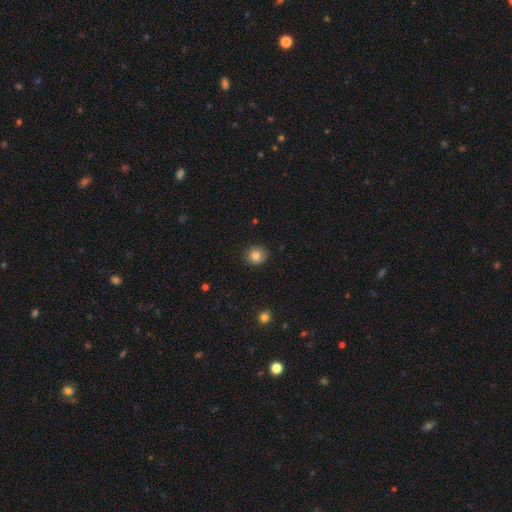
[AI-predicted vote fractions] This is clearly a smooth galaxy (84%). How rounded: clearly round (87%). Merging: clearly none (90%).